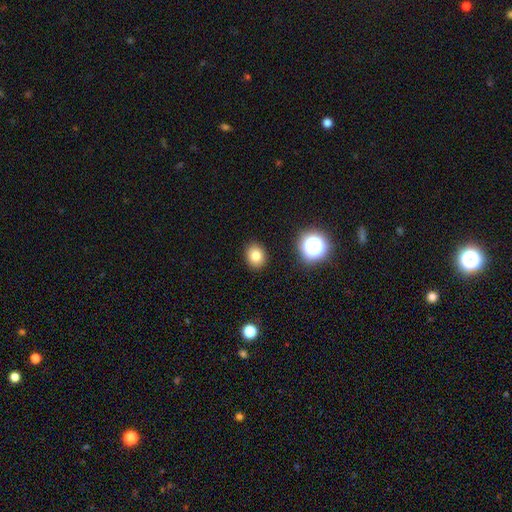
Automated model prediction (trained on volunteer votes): Smooth or featured? smooth (80%)
How rounded? round (57%)
Merging? none (90%)